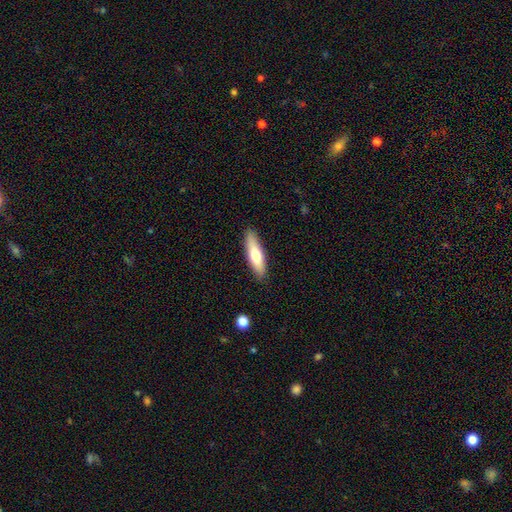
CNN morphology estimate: smooth 66%, featured or disk 28%, star or artifact 6%. Down the decision tree: how rounded — cigar-shaped (67%); merging — none (88%).